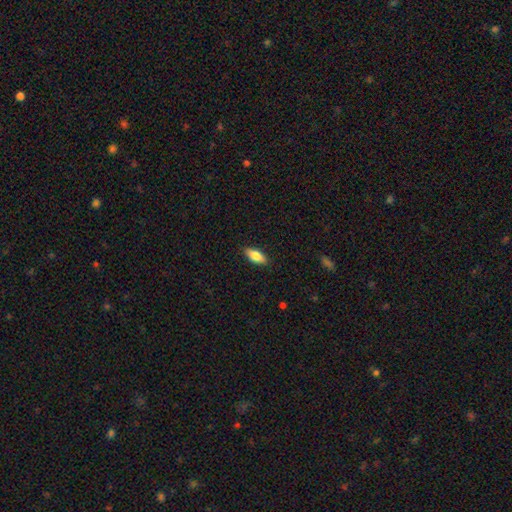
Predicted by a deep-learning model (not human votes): A smooth galaxy with no disk features (77%) that is in between round and cigar-shaped (78%).

Vote fractions:
- Smooth or featured? smooth: 77% / featured or disk: 17% / star or artifact: 6%
- How rounded? in between: 78% / cigar-shaped: 20% / round: 2%
- Merging? none: 88% / minor disturbance: 9% / major disturbance: 2% / merger: 1%